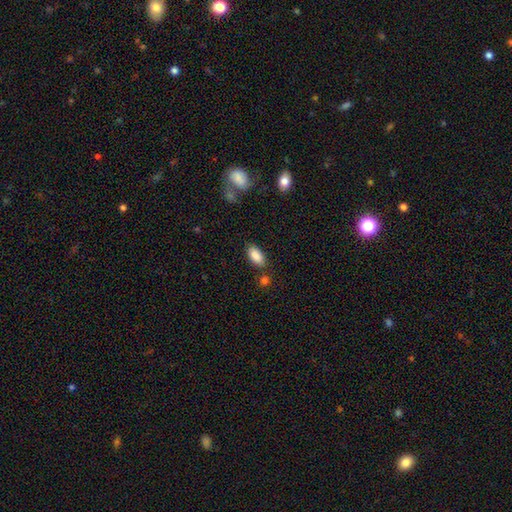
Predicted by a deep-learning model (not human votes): Smooth or featured? smooth (88%)
How rounded? in between (92%)
Merging? none (78%)